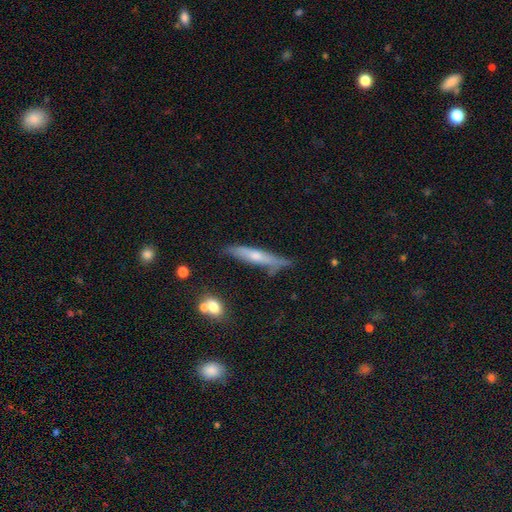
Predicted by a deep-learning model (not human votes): smooth_or_featured: smooth (p=0.46) [tied with: featured or disk p=0.46]
merging: none (p=0.73) [alt: minor disturbance p=0.19]